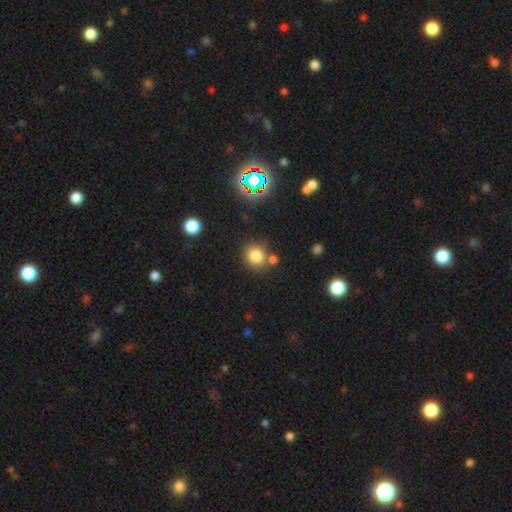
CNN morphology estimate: Overall: smooth (78%). How rounded: round (86%). Merging: none (69%).